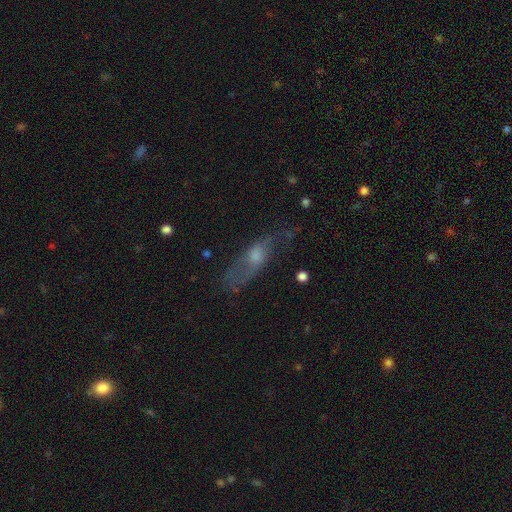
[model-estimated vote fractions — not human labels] Morphology: type=featured or disk (50%); merging=none (57%).